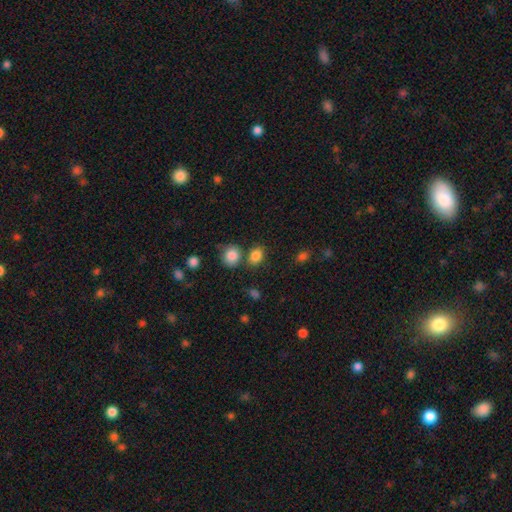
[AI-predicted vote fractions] smooth-or-featured: smooth: 83% | star or artifact: 11% | featured or disk: 6%
  how-rounded: in between: 57% | round: 42% | cigar-shaped: 1%
  merging: none: 66% | merger: 19% | minor disturbance: 11% | major disturbance: 4%